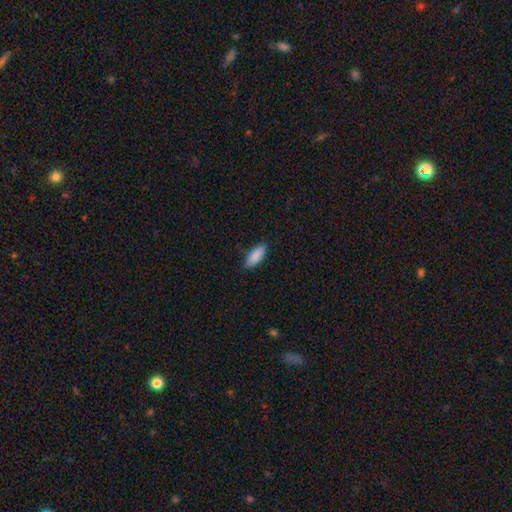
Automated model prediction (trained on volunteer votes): A smooth galaxy with no disk features (89%) that is in between round and cigar-shaped (70%). Merging: none (84%).